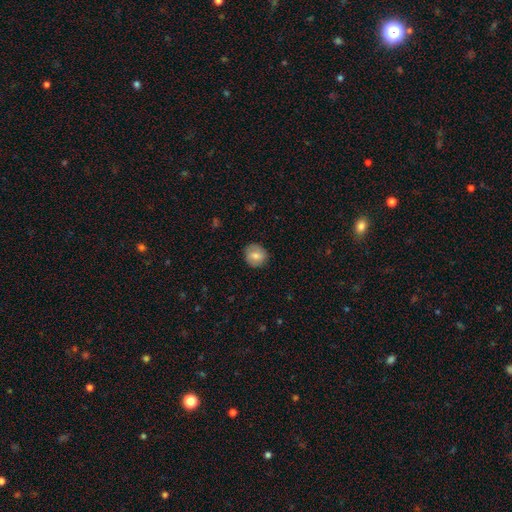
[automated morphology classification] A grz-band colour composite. It shows a smooth galaxy with no disk features (76%) that is round (84%). Merging: none (85%).